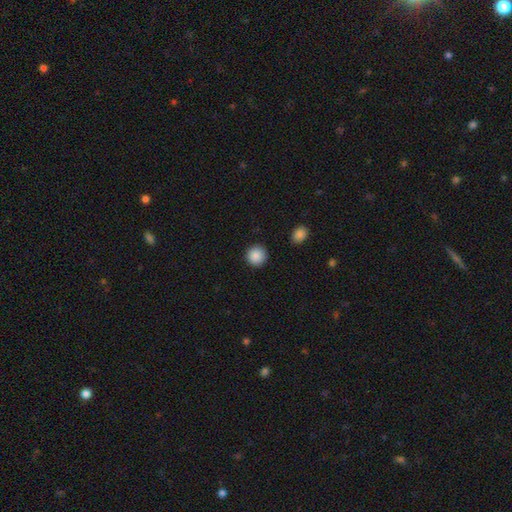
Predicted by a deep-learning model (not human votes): The model was most divided on "smooth or featured": smooth: 89%, star or artifact: 8%, featured or disk: 3%. More confident: how rounded — round (94%); merging — none (91%).